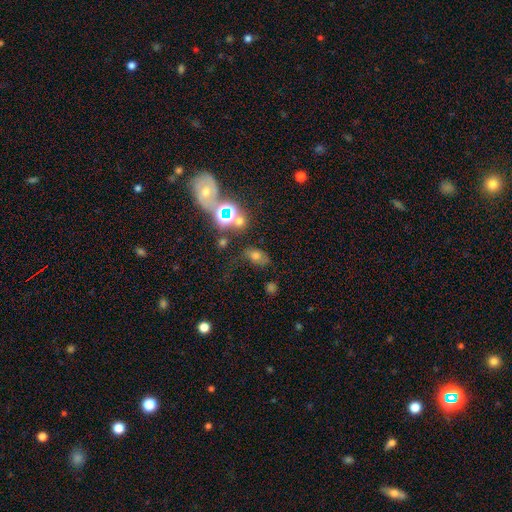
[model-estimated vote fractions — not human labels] smooth 54%, star or artifact 29%, featured or disk 17%. Down the decision tree: how rounded — in between (78%); merging — none (50%).